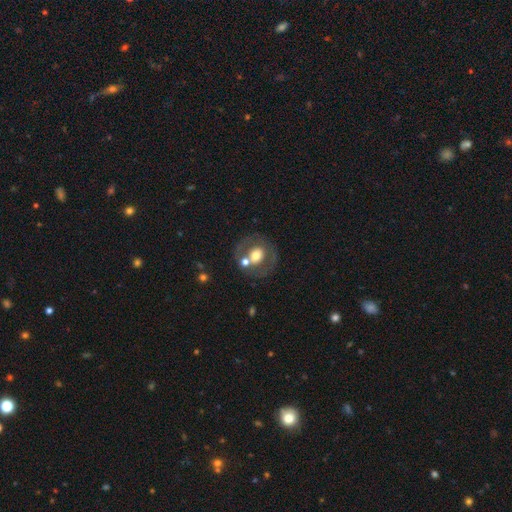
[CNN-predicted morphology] Smooth or featured? smooth (48%)
Merging? none (62%)